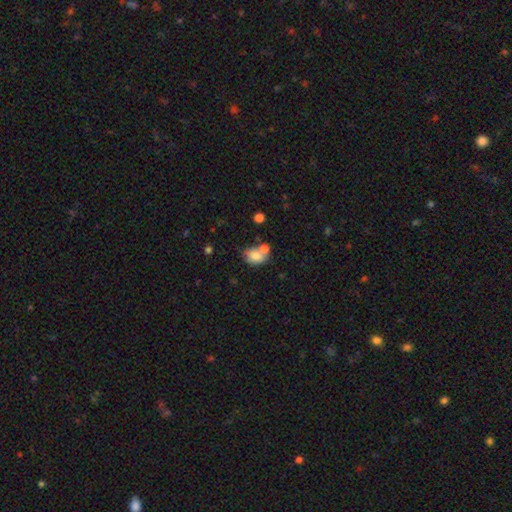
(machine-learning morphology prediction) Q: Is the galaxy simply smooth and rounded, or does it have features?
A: smooth — 78%.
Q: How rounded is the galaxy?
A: in between — 71%.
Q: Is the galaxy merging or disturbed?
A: none — 41%.